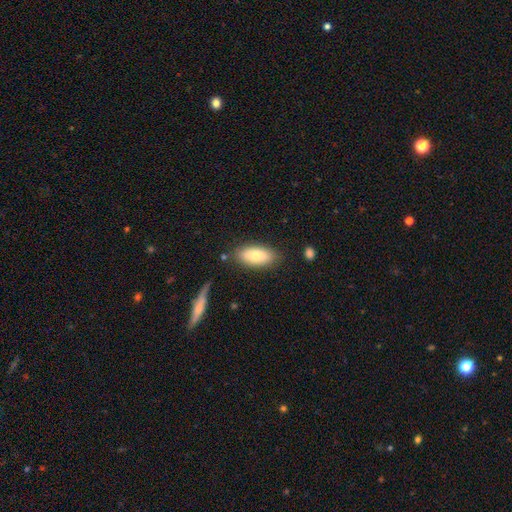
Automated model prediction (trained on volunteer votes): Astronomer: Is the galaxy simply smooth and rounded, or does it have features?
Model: smooth — 76%.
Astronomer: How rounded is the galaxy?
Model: in between — 88%.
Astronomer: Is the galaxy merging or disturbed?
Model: none — 81%.